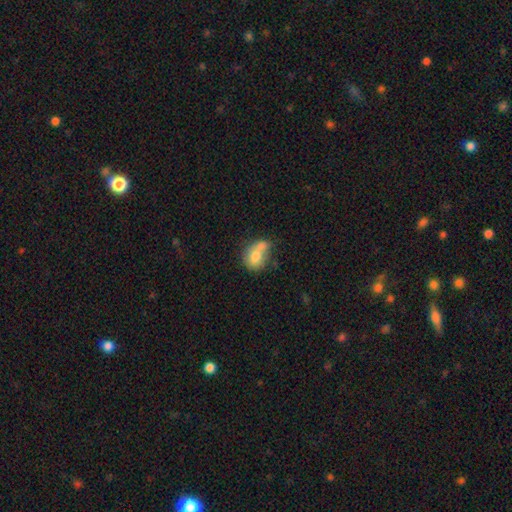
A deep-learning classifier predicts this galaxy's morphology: Q: Smooth or featured?
A: smooth (73%); runner-up: featured or disk (19%)
Q: How rounded?
A: in between (52%); runner-up: round (47%)
Q: Merging?
A: merger (47%); runner-up: none (27%)